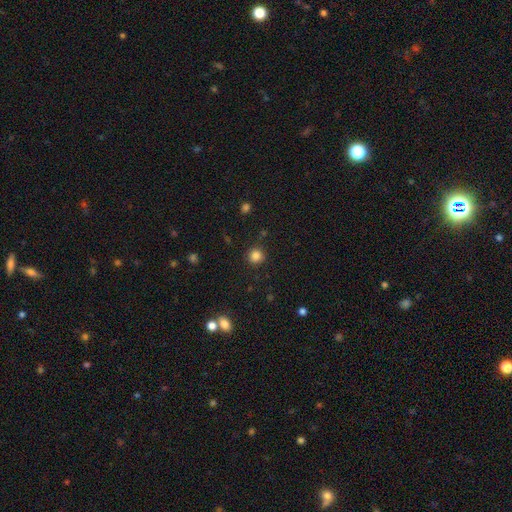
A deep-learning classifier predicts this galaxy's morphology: Smooth or featured?
  - smooth: 84% *
  - star or artifact: 12%
  - featured or disk: 4%
How rounded?
  - round: 92% *
  - in between: 7%
  - cigar-shaped: 1%
Merging?
  - none: 89% *
  - minor disturbance: 7%
  - major disturbance: 2%
  - merger: 2%